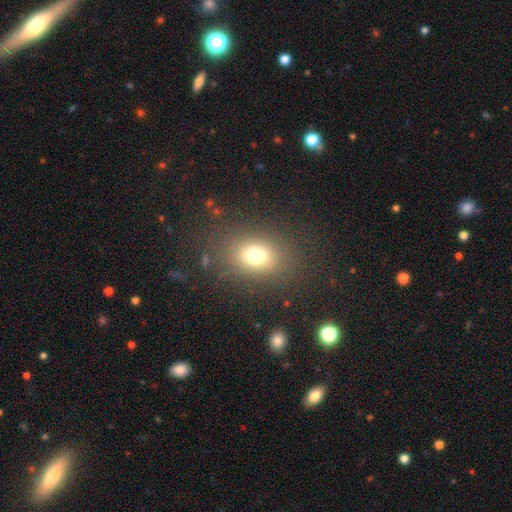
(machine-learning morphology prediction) A smooth galaxy with no disk features (74%) that is in between round and cigar-shaped (59%).

Vote fractions:
- Smooth or featured? smooth: 74% / star or artifact: 15% / featured or disk: 11%
- How rounded? in between: 59% / round: 40% / cigar-shaped: 1%
- Merging? none: 82% / minor disturbance: 10% / major disturbance: 6% / merger: 2%